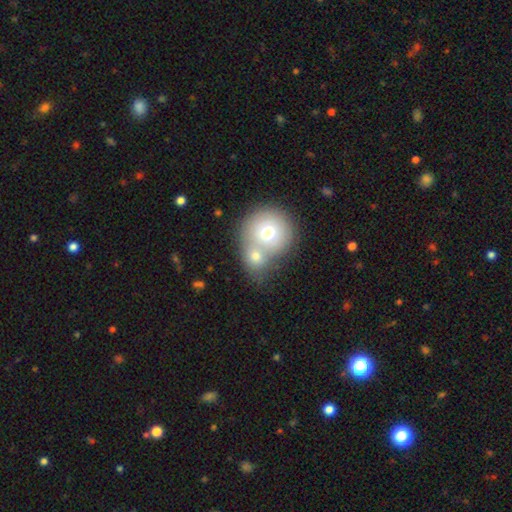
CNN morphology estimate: smooth 69%, featured or disk 21%, star or artifact 10%. Down the decision tree: how rounded — round (81%); merging — merger (62%).